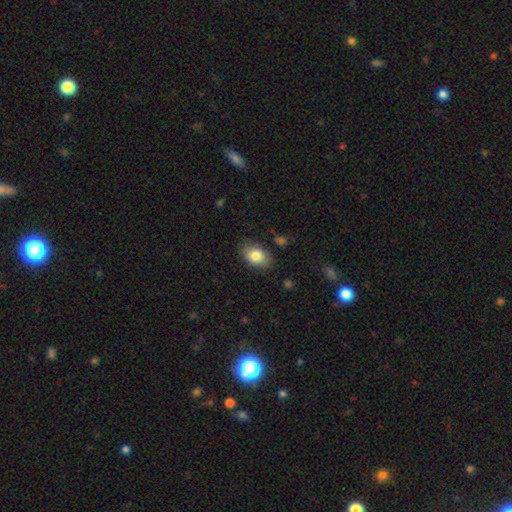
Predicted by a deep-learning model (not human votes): A smooth galaxy with no disk features (83%) that is in between round and cigar-shaped (86%).

Vote fractions:
- Smooth or featured? smooth: 83% / featured or disk: 10% / star or artifact: 7%
- How rounded? in between: 86% / round: 13% / cigar-shaped: 1%
- Merging? none: 83% / minor disturbance: 13% / major disturbance: 3% / merger: 1%